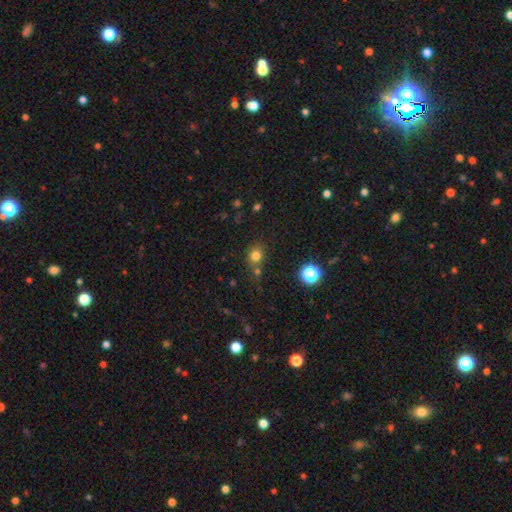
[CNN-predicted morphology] This is likely a smooth galaxy (76%). How rounded: likely round (69%). Merging: likely none (65%).